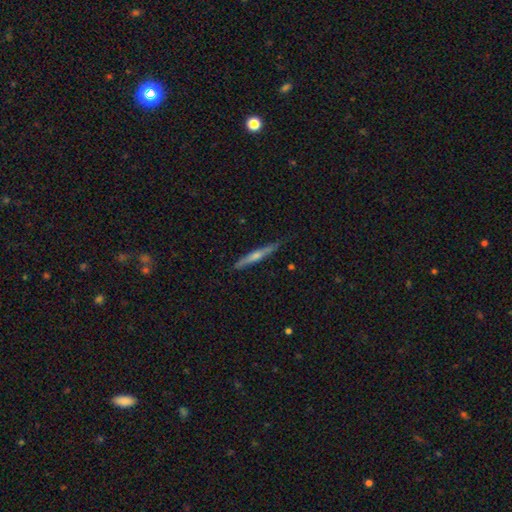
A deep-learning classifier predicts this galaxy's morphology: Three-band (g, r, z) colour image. It shows a featured or disk galaxy (57%) viewed edge-on (96%) with a rounded central bulge (65%). Merging: none (86%).